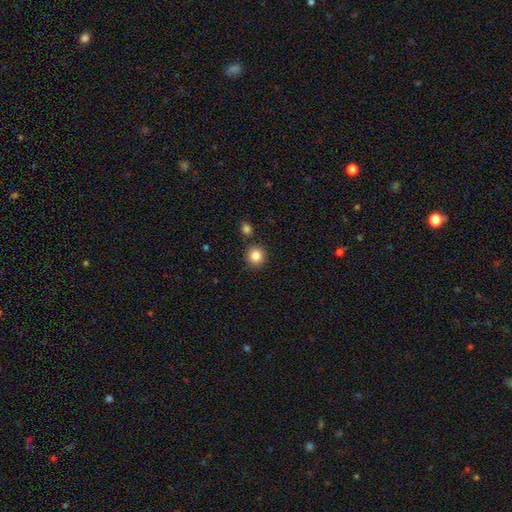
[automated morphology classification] This is clearly a smooth galaxy (85%). How rounded: clearly round (92%). Merging: clearly none (86%).